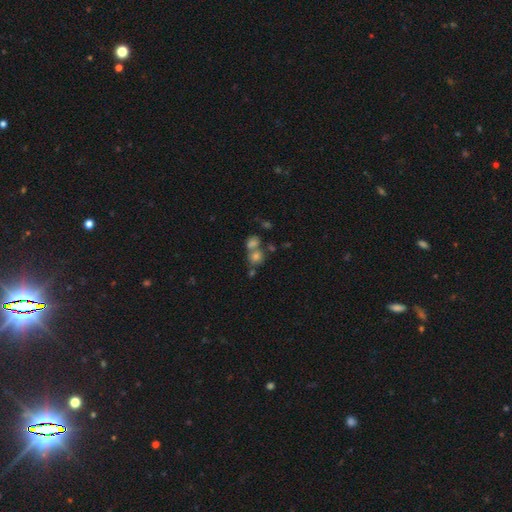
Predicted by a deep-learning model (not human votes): smooth_or_featured: smooth (p=0.59) [alt: star or artifact p=0.25]
how_rounded: round (p=0.77) [alt: in between p=0.21]
merging: none (p=0.44) [alt: merger p=0.42]